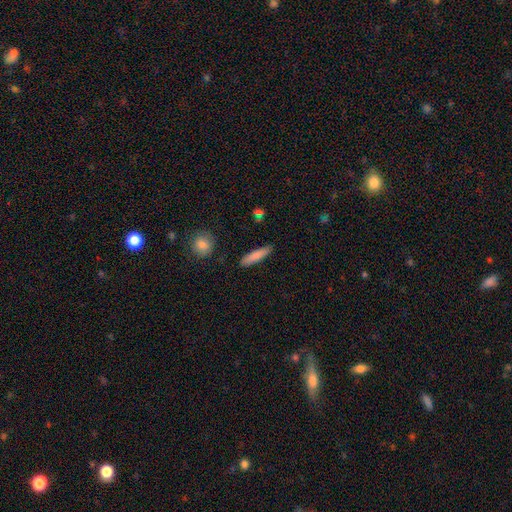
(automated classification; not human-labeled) The model was most divided on "how rounded": cigar-shaped: 81%, in between: 17%, round: 2%. More confident: merging — none (88%); smooth or featured — smooth (81%).